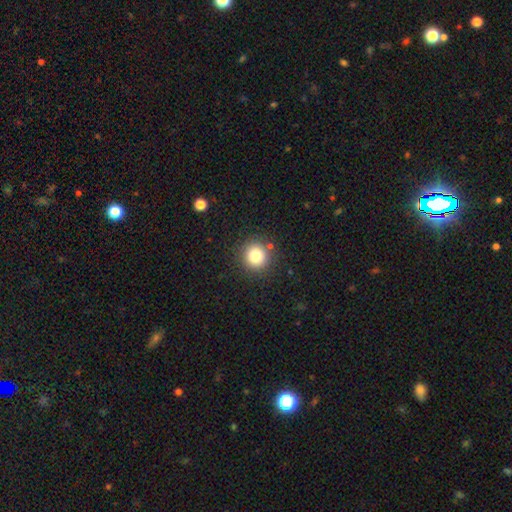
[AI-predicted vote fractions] Smooth or featured? smooth (80%)
How rounded? round (93%)
Merging? none (87%)